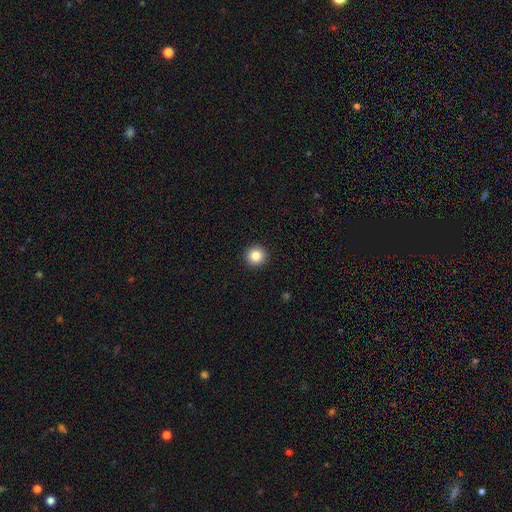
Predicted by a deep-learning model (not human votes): A smooth galaxy with no disk features (86%) that is round (95%). Merging: none (93%).